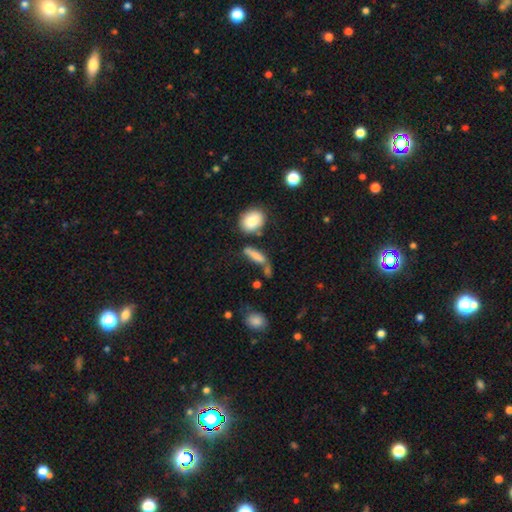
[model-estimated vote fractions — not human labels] Smooth or featured? smooth (74%)
How rounded? cigar-shaped (57%)
Merging? none (50%)